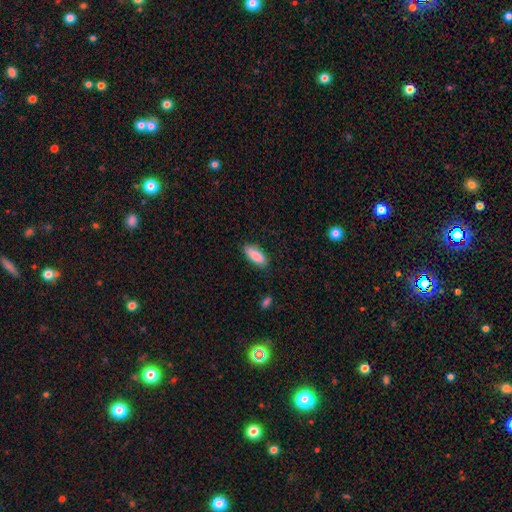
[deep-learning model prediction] smooth_or_featured: smooth (p=0.88) [alt: star or artifact p=0.06]
how_rounded: in between (p=0.76) [alt: cigar-shaped p=0.22]
merging: none (p=0.80) [alt: minor disturbance p=0.16]